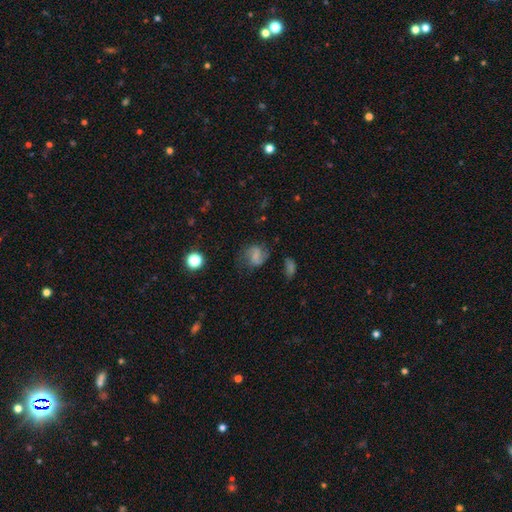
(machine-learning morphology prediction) A smooth galaxy with no disk features (45%).

Vote fractions:
- Smooth or featured? smooth: 45% / featured or disk: 42% / star or artifact: 13%
- Merging? none: 57% / minor disturbance: 23% / major disturbance: 16% / merger: 4%